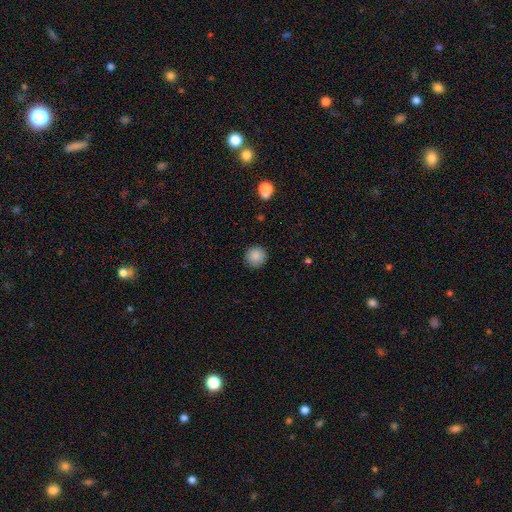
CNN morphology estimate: A smooth galaxy with no disk features (87%) that is round (94%). Merging: none (89%).